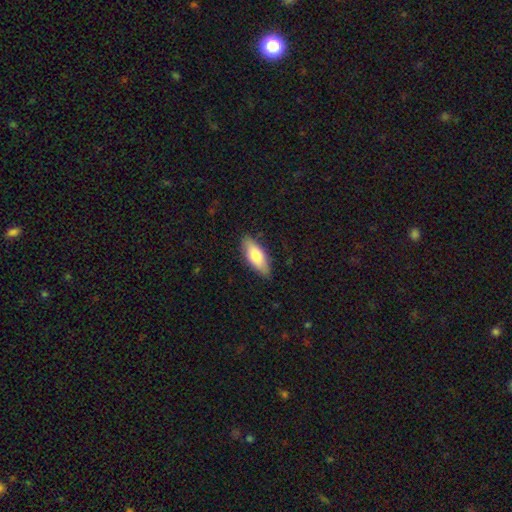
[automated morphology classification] The model was most divided on "how rounded": in between: 75%, cigar-shaped: 23%, round: 2%. More confident: merging — none (85%); smooth or featured — smooth (75%).